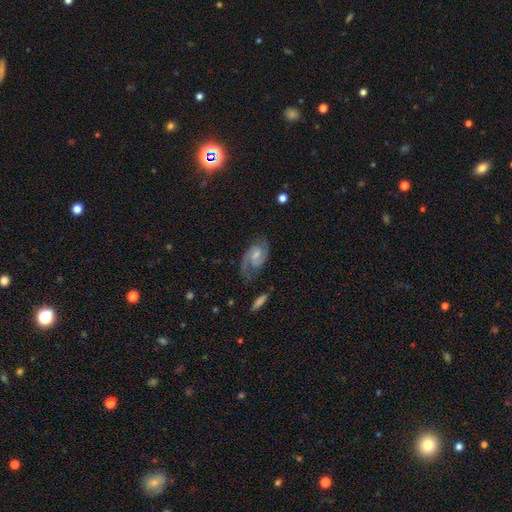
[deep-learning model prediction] A featured or disk galaxy (86%) with a weak bar (51%), 2 (91%) medium (55%) spiral arms (97%) and a small central bulge (39%).

Vote fractions:
- Smooth or featured? featured or disk: 86% / smooth: 9% / star or artifact: 5%
- Edge-on disk? no: 97% / yes: 3%
- Bar? weak: 51% / no: 37% / strong: 12%
- Spiral arms? yes: 97% / no: 3%
- Spiral winding? medium: 55% / tight: 29% / loose: 16%
- Spiral arm count? 2: 91% / can't tell: 4% / 1: 2% / 3: 1% / 4: 1% / more than 4: 1%
- Bulge size? small: 39% / moderate: 36% / none: 19% / large: 5% / dominant: 1%
- Merging? none: 73% / minor disturbance: 17% / major disturbance: 8% / merger: 3%